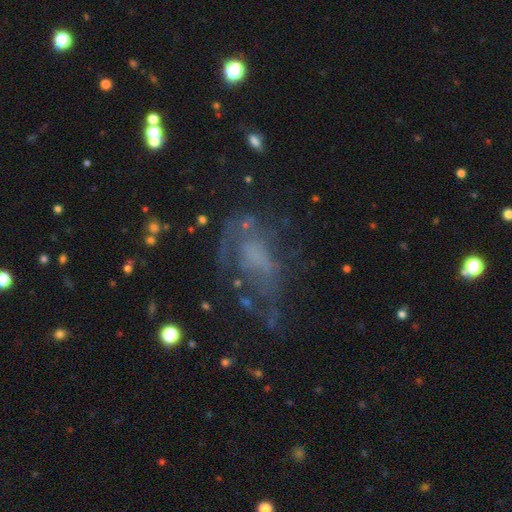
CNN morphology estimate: smooth-or-featured: featured or disk: 60% | smooth: 23% | star or artifact: 17%
  disk-edge-on: no: 94% | yes: 6%
    bar: no: 73% | weak: 21% | strong: 6%
    has-spiral-arms: yes: 50% (tied) | no: 50% (tied)
    bulge-size: none: 55% | small: 18% | moderate: 17% | large: 8% | dominant: 2%
  merging: none: 39% | major disturbance: 35% | minor disturbance: 21% | merger: 4%